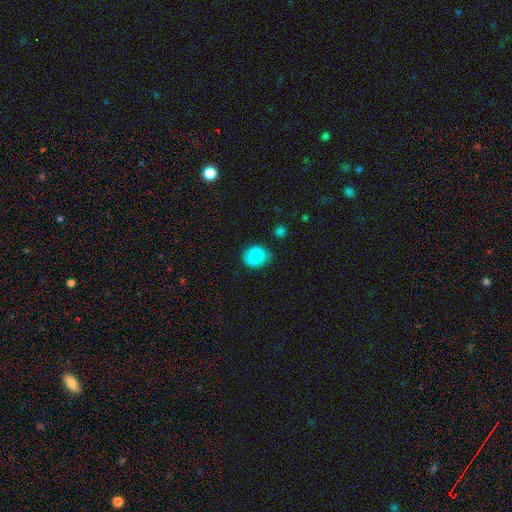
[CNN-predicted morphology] Smooth or featured? smooth (87%)
How rounded? round (71%)
Merging? none (72%)